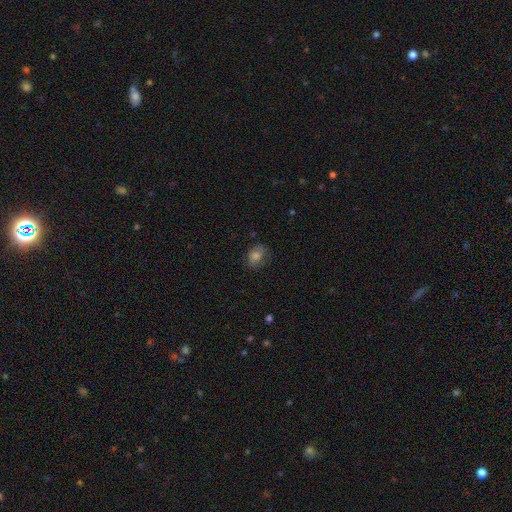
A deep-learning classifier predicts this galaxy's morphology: type=smooth (71%); roundness=in between (60%); merging=none (76%).